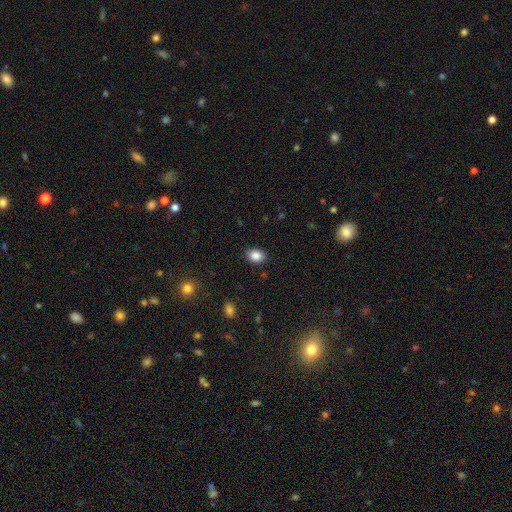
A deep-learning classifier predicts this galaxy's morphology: A smooth galaxy with no disk features (86%) that is in between round and cigar-shaped (73%). Merging: none (86%).